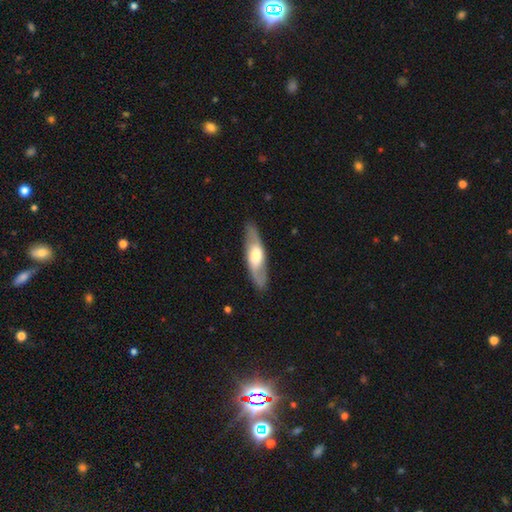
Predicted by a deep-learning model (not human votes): Smooth or featured? Predicted: featured or disk (p=0.62). Edge-on disk? Predicted: no (p=0.61). Merging? Predicted: none (p=0.85).